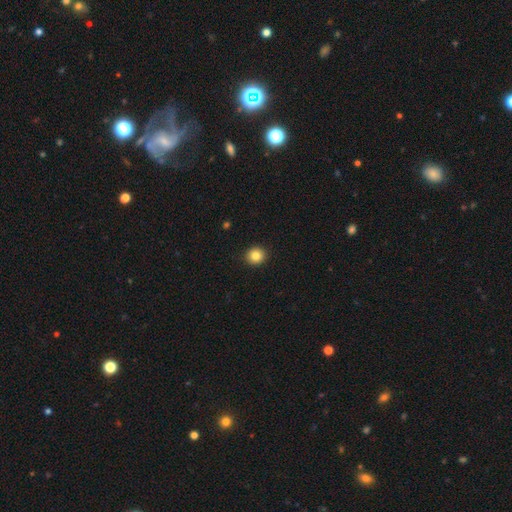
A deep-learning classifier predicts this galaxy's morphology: A smooth galaxy with no disk features (84%) that is round (87%).

Vote fractions:
- Smooth or featured? smooth: 84% / star or artifact: 10% / featured or disk: 6%
- How rounded? round: 87% / in between: 12% / cigar-shaped: 1%
- Merging? none: 92% / minor disturbance: 5% / major disturbance: 2% / merger: 1%